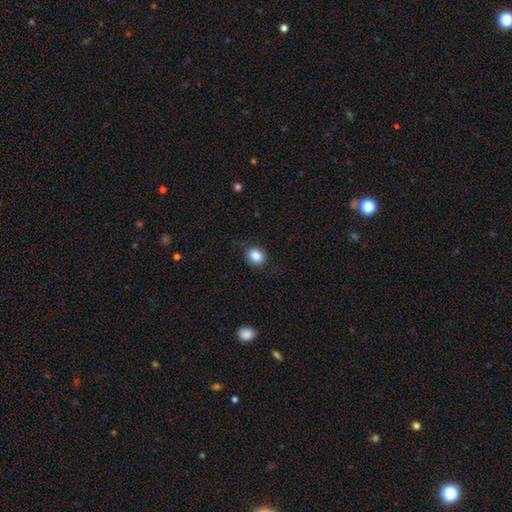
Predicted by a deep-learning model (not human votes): Overall: smooth (86%). How rounded: round (62%; in between 37%). Merging: none (86%).